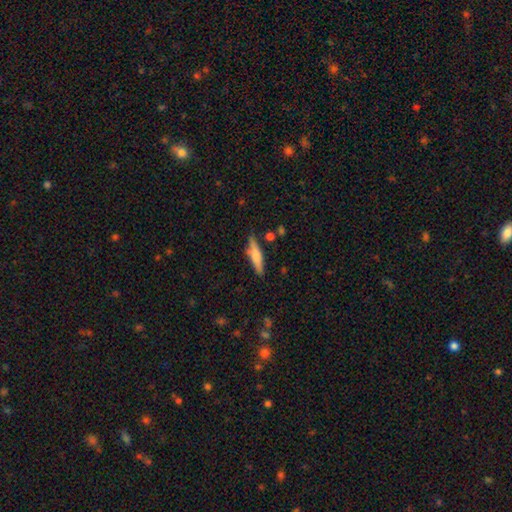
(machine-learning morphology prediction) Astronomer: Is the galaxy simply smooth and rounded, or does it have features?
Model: smooth — 63%.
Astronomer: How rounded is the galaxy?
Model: cigar-shaped — 77%.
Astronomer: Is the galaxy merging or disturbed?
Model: none — 77%.